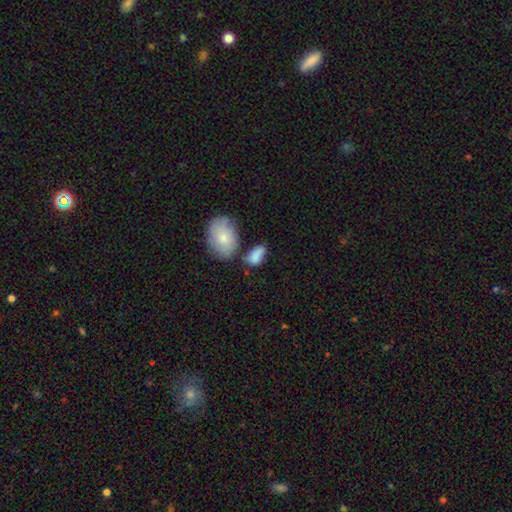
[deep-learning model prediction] This appears to be a smooth galaxy with no disk features (82%) that is in between round and cigar-shaped (90%). Merging: none (46%).